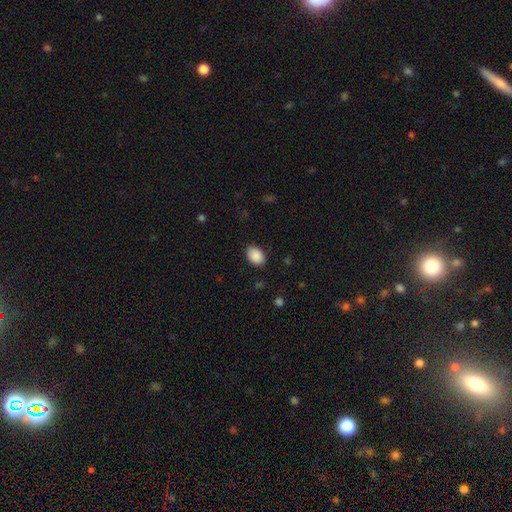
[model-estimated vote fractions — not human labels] This is clearly a smooth galaxy (90%). How rounded: likely in between (80%). Merging: clearly none (85%).